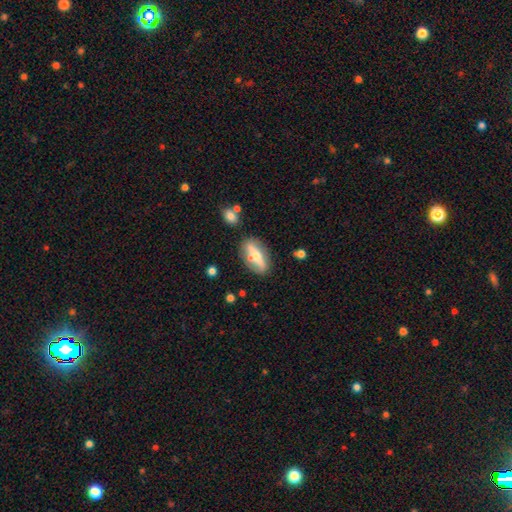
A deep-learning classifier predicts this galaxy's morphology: The model was most divided on "edge-on disk": yes: 53%, no: 47%. More confident: merging — none (69%); smooth or featured — featured or disk (56%).